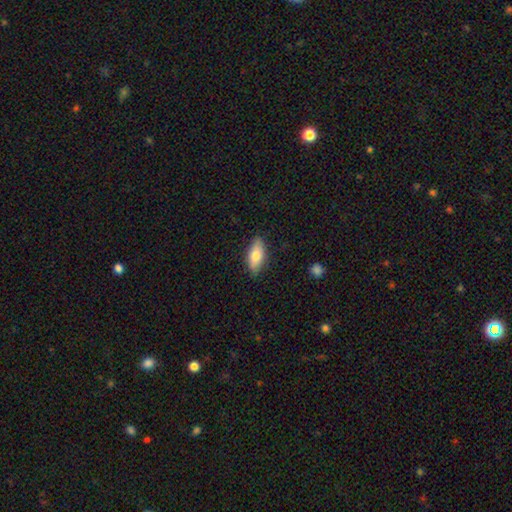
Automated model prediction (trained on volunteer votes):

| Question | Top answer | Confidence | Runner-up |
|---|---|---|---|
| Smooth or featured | smooth | 75% | featured or disk (18%) |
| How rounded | in between | 83% | cigar-shaped (14%) |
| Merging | none | 84% | minor disturbance (12%) |